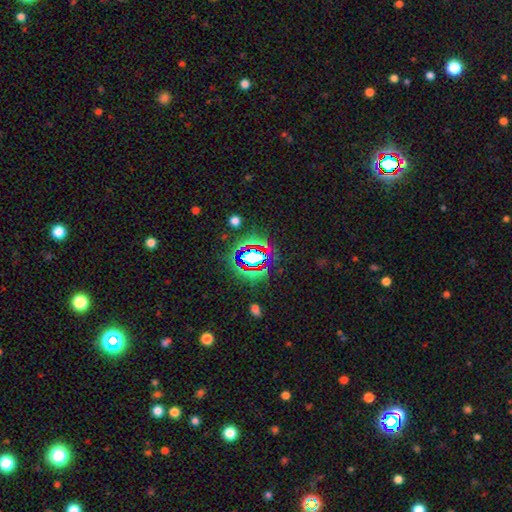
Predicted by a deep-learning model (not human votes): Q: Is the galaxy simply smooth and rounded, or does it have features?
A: star or artifact — 68%.